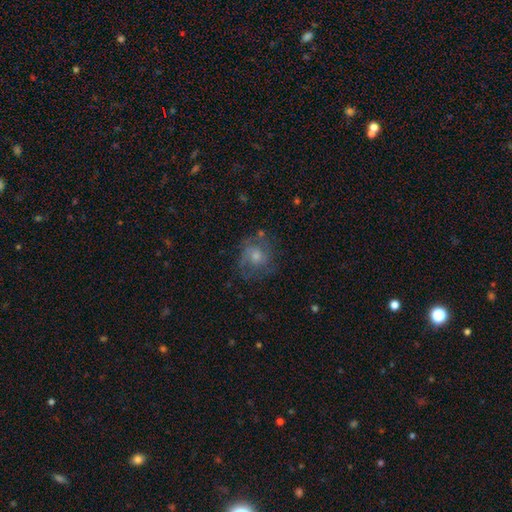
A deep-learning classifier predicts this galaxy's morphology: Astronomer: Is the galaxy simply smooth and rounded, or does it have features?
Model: featured or disk — 53% (runner-up: smooth, 33%).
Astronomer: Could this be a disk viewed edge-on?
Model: no — 97%.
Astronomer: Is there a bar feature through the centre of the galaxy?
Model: no — 77%.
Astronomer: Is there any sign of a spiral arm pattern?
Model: yes — 77%.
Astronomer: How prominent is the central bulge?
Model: moderate — 54% (runner-up: small, 33%).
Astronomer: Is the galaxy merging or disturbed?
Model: none — 70%.